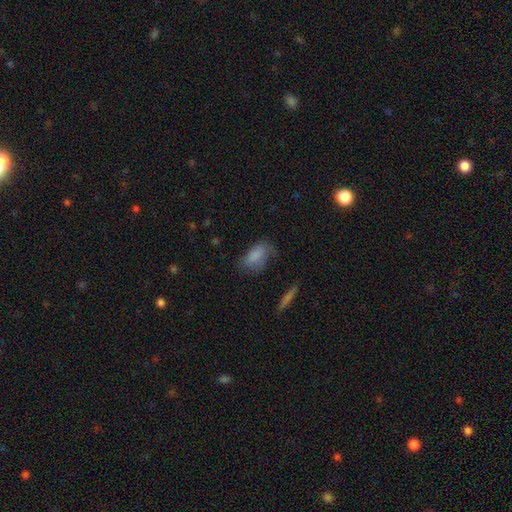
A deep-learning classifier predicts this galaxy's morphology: A smooth galaxy with no disk features (81%) that is in between round and cigar-shaped (89%).

Vote fractions:
- Smooth or featured? smooth: 81% / featured or disk: 11% / star or artifact: 8%
- How rounded? in between: 89% / cigar-shaped: 6% / round: 4%
- Merging? none: 51% / minor disturbance: 32% / major disturbance: 14% / merger: 3%